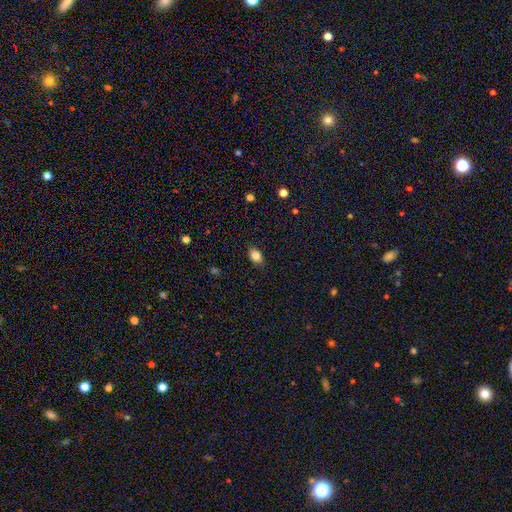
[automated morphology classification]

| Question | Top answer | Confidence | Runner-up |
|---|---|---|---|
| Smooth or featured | smooth | 85% | star or artifact (9%) |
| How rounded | in between | 81% | round (18%) |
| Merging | none | 84% | minor disturbance (13%) |